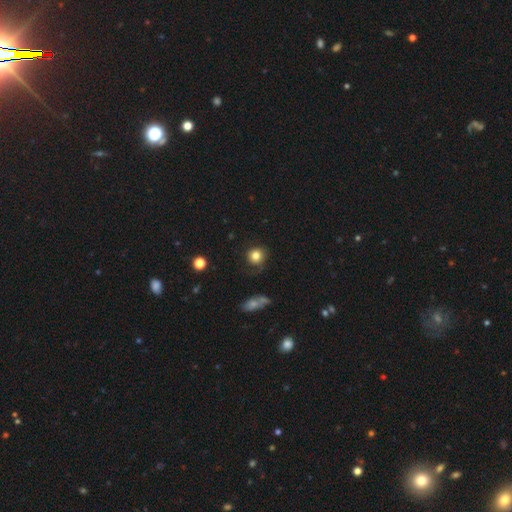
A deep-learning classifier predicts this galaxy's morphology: A smooth galaxy with no disk features (81%) that is round (89%).

Vote fractions:
- Smooth or featured? smooth: 81% / star or artifact: 11% / featured or disk: 9%
- How rounded? round: 89% / in between: 10% / cigar-shaped: 1%
- Merging? none: 74% / minor disturbance: 16% / major disturbance: 7% / merger: 3%